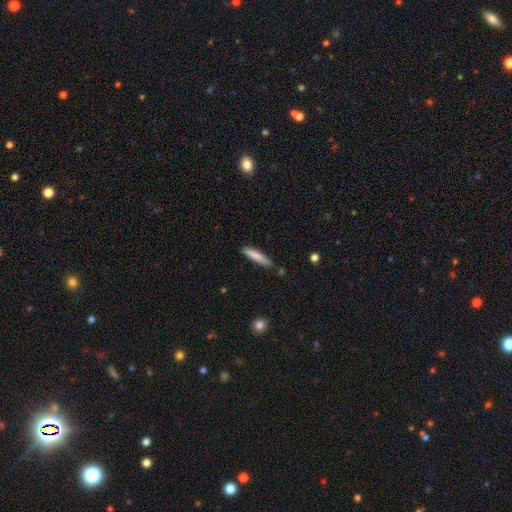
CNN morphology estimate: type=smooth (80%); roundness=cigar-shaped (89%); merging=none (84%).